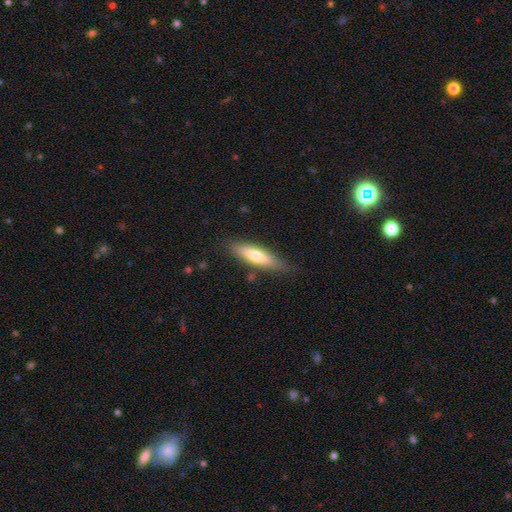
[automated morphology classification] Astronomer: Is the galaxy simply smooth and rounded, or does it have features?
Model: smooth — 67%.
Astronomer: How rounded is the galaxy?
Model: cigar-shaped — 63%.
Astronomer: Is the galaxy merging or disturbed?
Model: none — 80%.